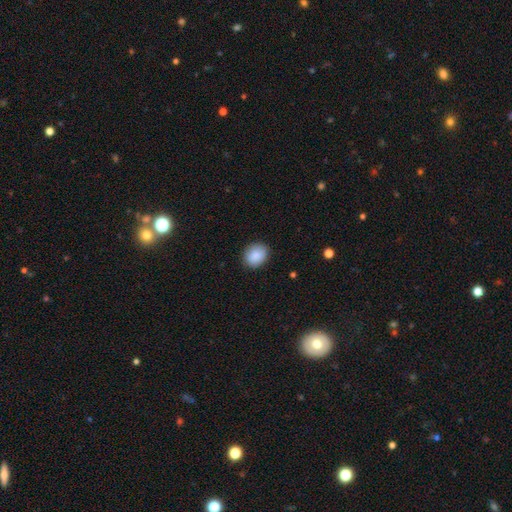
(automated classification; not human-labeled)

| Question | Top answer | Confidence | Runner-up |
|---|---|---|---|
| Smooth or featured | smooth | 89% | star or artifact (7%) |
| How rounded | round | 56% | in between (43%) |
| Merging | none | 88% | minor disturbance (9%) |